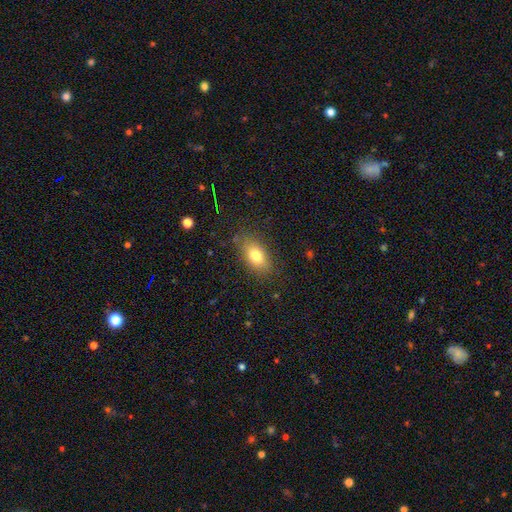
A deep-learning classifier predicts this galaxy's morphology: A smooth galaxy with no disk features (77%) that is in between round and cigar-shaped (87%). Merging: none (82%).